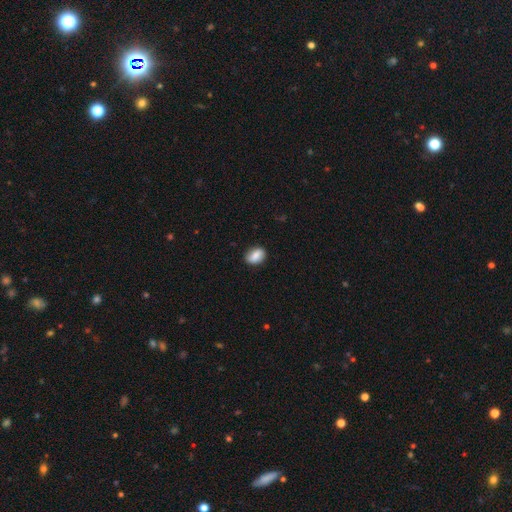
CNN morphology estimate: smooth-or-featured: smooth: 74% | featured or disk: 18% | star or artifact: 8%
  how-rounded: in between: 73% | round: 25% | cigar-shaped: 2%
  merging: none: 83% | minor disturbance: 13% | major disturbance: 3% | merger: 1%